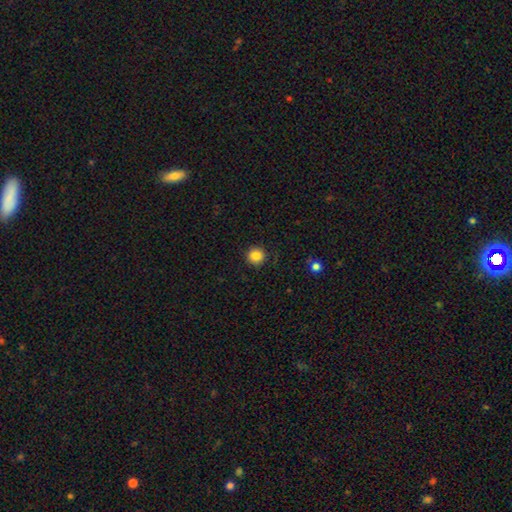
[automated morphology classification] Smooth or featured? smooth (85%)
How rounded? round (94%)
Merging? none (90%)